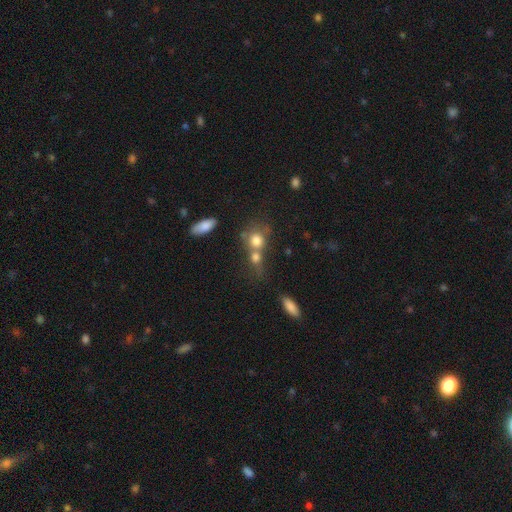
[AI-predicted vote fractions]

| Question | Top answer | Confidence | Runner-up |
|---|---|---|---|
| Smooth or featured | smooth | 63% | star or artifact (19%) |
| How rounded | round | 64% | in between (32%) |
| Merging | merger | 53% | none (31%) |